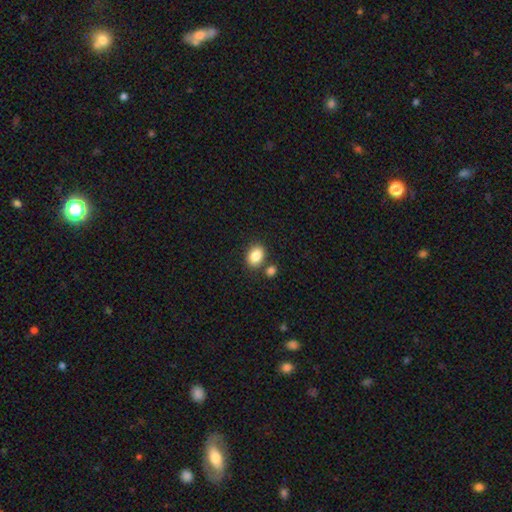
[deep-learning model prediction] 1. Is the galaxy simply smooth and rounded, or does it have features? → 86% smooth, 8% star or artifact, 6% featured or disk.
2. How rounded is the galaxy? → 71% in between, 28% round, 1% cigar-shaped.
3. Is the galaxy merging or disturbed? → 76% none, 11% merger, 10% minor disturbance, 3% major disturbance.